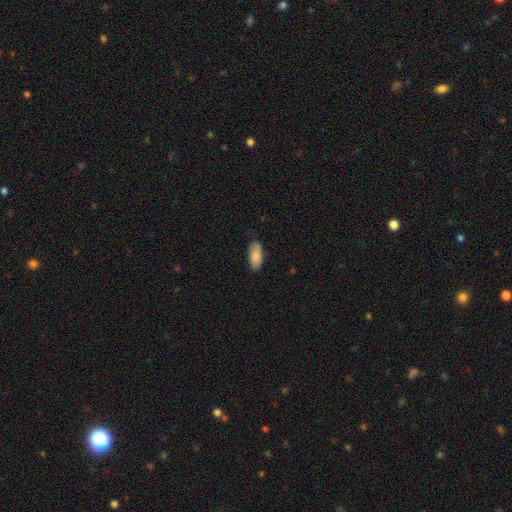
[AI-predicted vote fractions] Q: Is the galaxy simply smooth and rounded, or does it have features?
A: smooth — 85%.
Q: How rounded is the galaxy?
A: in between — 87%.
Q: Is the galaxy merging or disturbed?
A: none — 79%.